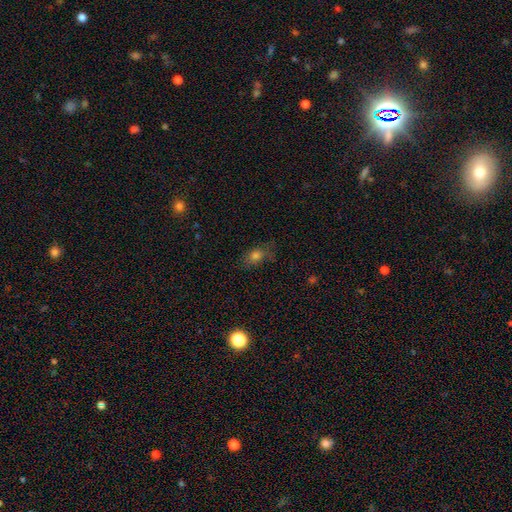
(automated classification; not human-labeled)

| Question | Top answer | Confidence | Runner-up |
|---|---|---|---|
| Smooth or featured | smooth | 70% | star or artifact (18%) |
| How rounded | in between | 67% | round (29%) |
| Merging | none | 69% | minor disturbance (21%) |